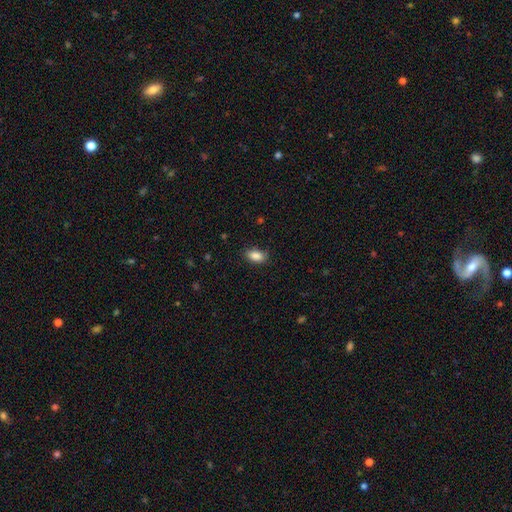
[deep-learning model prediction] Q: Smooth or featured?
A: smooth (88%); runner-up: star or artifact (8%)
Q: How rounded?
A: in between (91%); runner-up: round (7%)
Q: Merging?
A: none (83%); runner-up: minor disturbance (13%)